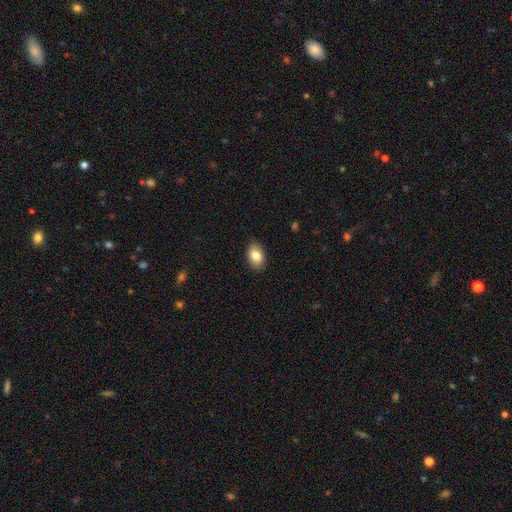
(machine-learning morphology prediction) A smooth galaxy with no disk features (83%) that is in between round and cigar-shaped (87%). Merging: none (87%).